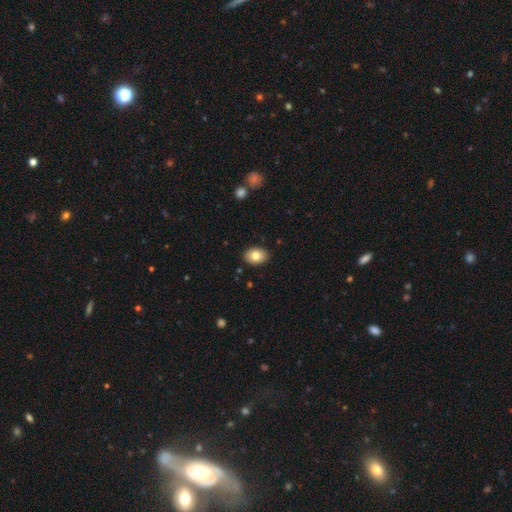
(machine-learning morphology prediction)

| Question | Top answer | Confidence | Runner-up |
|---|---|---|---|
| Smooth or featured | smooth | 81% | featured or disk (12%) |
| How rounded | in between | 79% | round (20%) |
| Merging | none | 89% | minor disturbance (8%) |